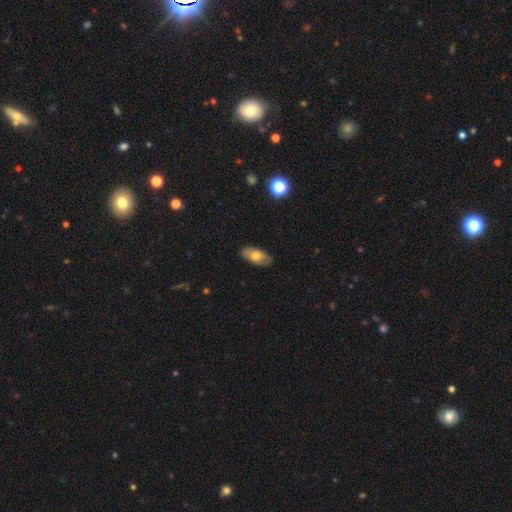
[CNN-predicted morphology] smooth 68%, featured or disk 25%, star or artifact 7%. Down the decision tree: how rounded — in between (89%); merging — none (85%).